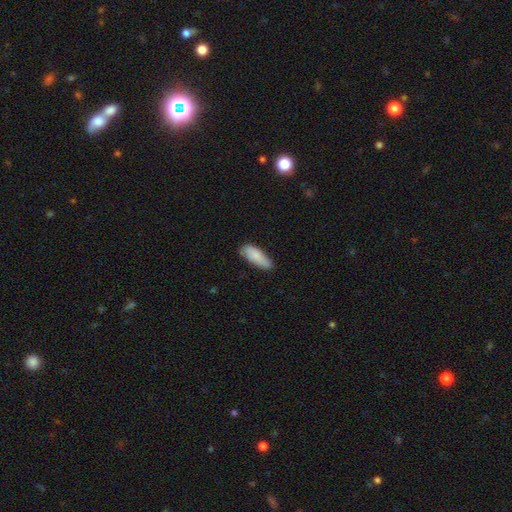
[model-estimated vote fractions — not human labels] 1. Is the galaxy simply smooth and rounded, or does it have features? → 82% smooth, 12% featured or disk, 6% star or artifact.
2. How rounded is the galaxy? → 68% in between, 30% cigar-shaped, 2% round.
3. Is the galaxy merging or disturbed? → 70% none, 24% minor disturbance, 4% major disturbance, 2% merger.